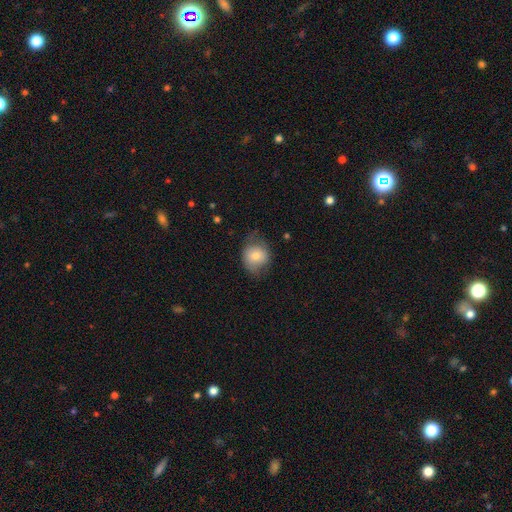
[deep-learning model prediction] smooth-or-featured: smooth: 69% | featured or disk: 22% | star or artifact: 8%
  how-rounded: round: 72% | in between: 27% | cigar-shaped: 1%
  merging: none: 58% | minor disturbance: 28% | major disturbance: 13% | merger: 1%